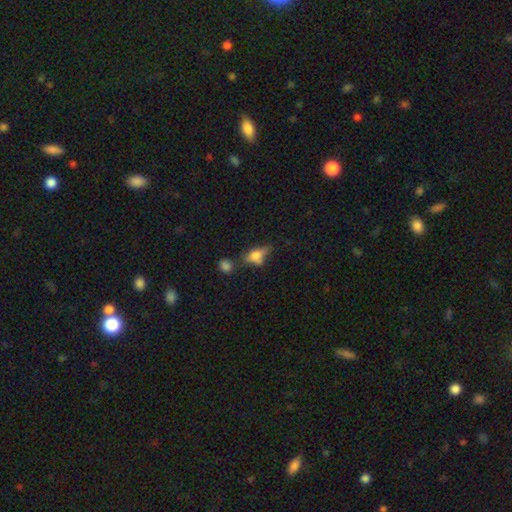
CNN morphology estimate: Smooth or featured: smooth — 53% (featured or disk — 34%)
How rounded: in between — 69% (cigar-shaped — 17%)
Merging: none — 45% (minor disturbance — 25%)